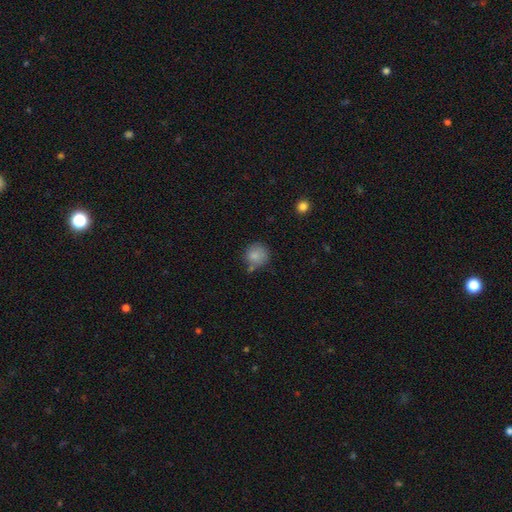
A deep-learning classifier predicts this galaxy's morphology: type=smooth (84%); roundness=round (89%); merging=none (67%).